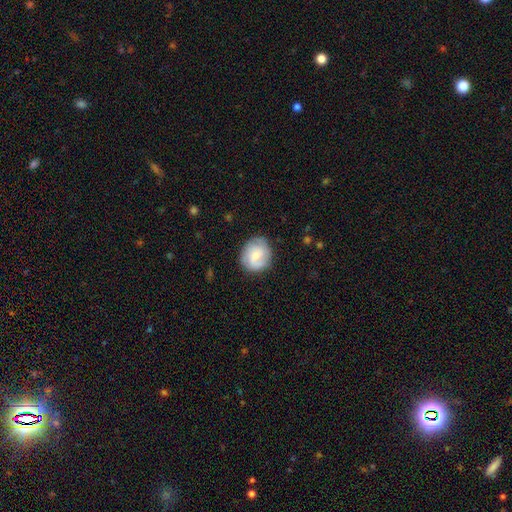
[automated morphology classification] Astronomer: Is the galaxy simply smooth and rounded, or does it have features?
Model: featured or disk — 51% (runner-up: smooth, 43%).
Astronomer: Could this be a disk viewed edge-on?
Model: no — 98%.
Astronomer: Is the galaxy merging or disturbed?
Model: none — 78%.